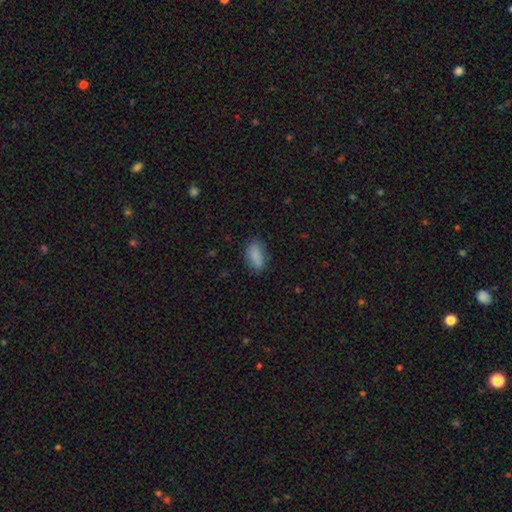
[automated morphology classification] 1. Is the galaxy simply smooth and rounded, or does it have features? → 86% smooth, 8% star or artifact, 5% featured or disk.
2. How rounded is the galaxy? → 91% in between, 5% cigar-shaped, 4% round.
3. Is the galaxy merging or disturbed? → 75% none, 19% minor disturbance, 5% major disturbance, 1% merger.